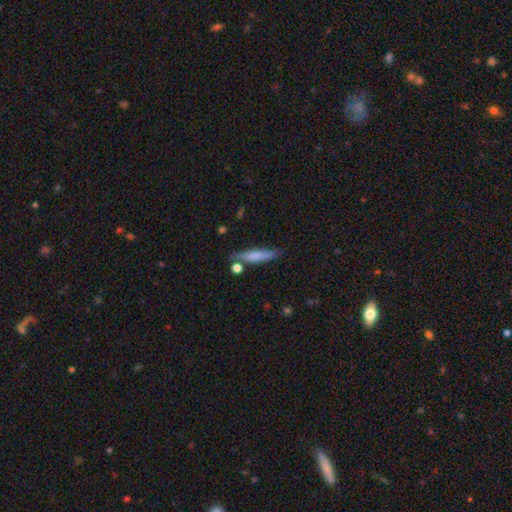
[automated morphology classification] smooth 66%, featured or disk 27%, star or artifact 7%. Down the decision tree: how rounded — cigar-shaped (86%); merging — none (71%).